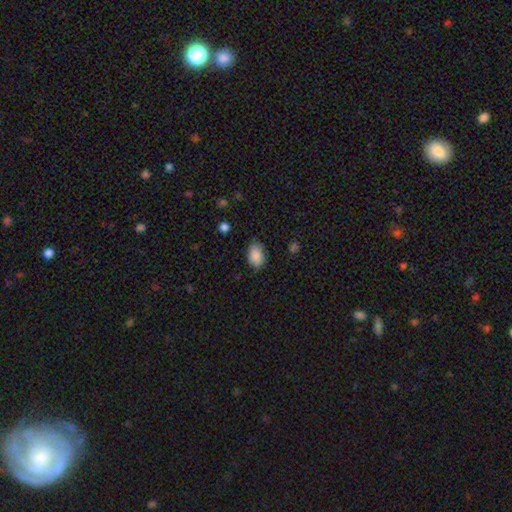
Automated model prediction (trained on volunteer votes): A smooth galaxy with no disk features (89%) that is in between round and cigar-shaped (87%).

Vote fractions:
- Smooth or featured? smooth: 89% / star or artifact: 7% / featured or disk: 4%
- How rounded? in between: 87% / round: 12% / cigar-shaped: 1%
- Merging? none: 76% / minor disturbance: 19% / major disturbance: 3% / merger: 1%